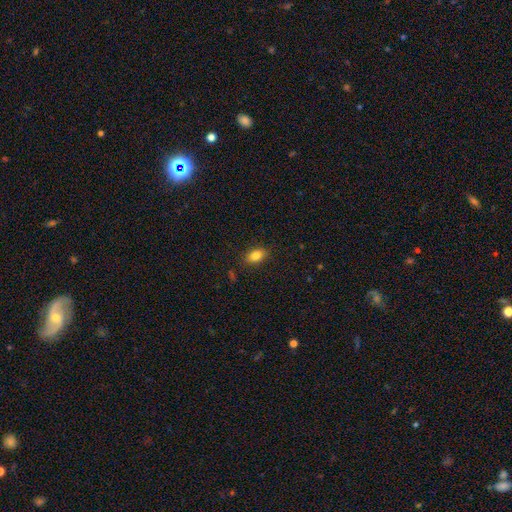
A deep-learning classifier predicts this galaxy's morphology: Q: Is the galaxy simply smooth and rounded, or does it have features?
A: smooth — 82%.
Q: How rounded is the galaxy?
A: in between — 84%.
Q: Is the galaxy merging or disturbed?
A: none — 87%.